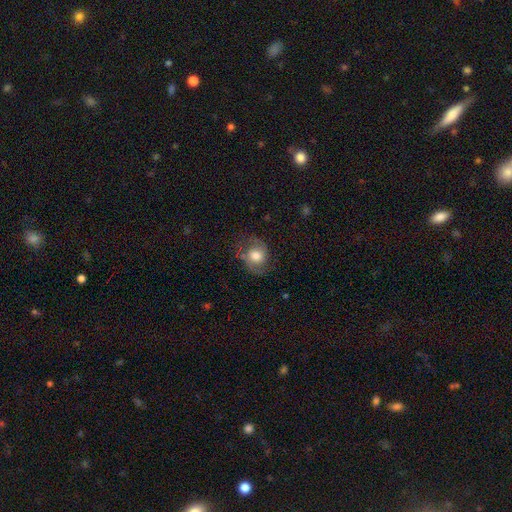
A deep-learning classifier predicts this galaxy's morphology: Smooth or featured? smooth (54%)
How rounded? round (62%)
Merging? none (59%)